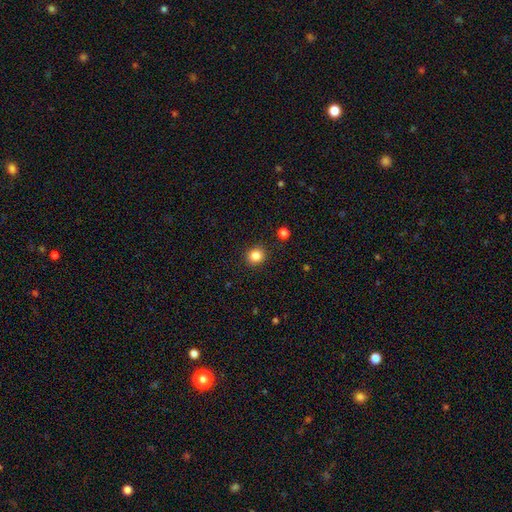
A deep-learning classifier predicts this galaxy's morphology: smooth_or_featured: smooth (p=0.84) [alt: star or artifact p=0.11]
how_rounded: round (p=0.88) [alt: in between p=0.11]
merging: none (p=0.90) [alt: minor disturbance p=0.06]